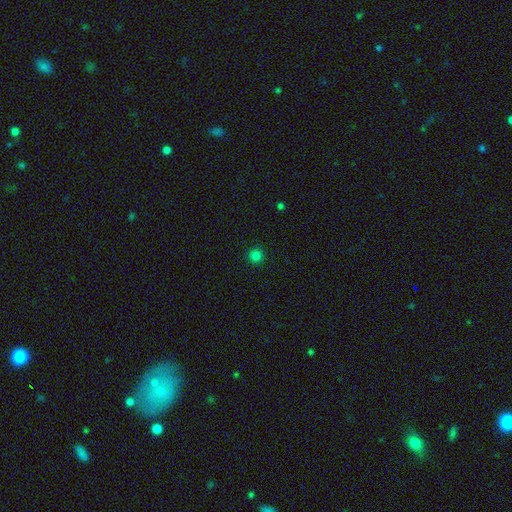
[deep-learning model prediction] Overall: smooth (81%). How rounded: round (96%). Merging: none (93%).